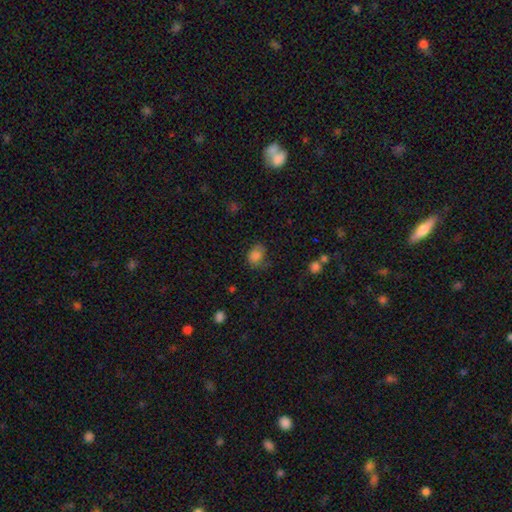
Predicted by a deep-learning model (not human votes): A smooth galaxy with no disk features (80%) that is in between round and cigar-shaped (57%).

Vote fractions:
- Smooth or featured? smooth: 80% / star or artifact: 11% / featured or disk: 9%
- How rounded? in between: 57% / round: 43% / cigar-shaped: 1%
- Merging? none: 50% / minor disturbance: 32% / major disturbance: 16% / merger: 3%